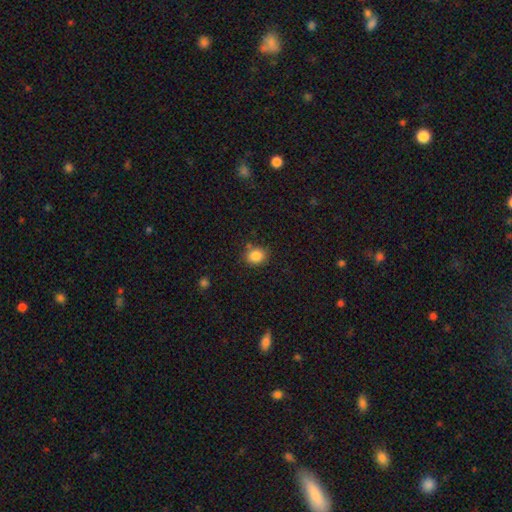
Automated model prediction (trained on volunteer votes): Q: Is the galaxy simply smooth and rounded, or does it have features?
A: smooth — 85%.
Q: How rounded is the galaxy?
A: round — 66%.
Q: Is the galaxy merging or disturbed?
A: none — 80%.